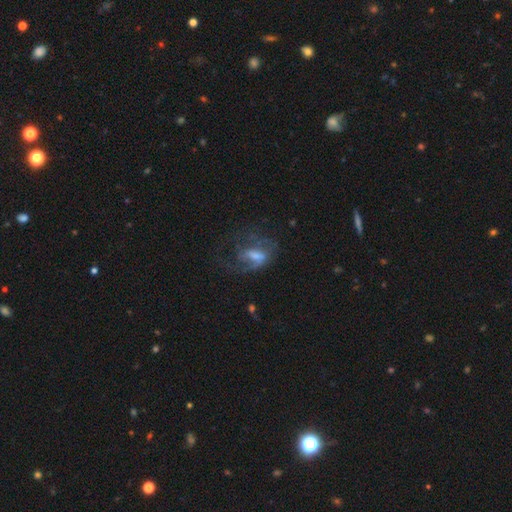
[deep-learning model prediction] Q: Smooth or featured?
A: featured or disk (60%); runner-up: smooth (30%)
Q: Edge-on disk?
A: no (95%); runner-up: yes (5%)
Q: Bar?
A: weak (45%); runner-up: no (33%)
Q: Spiral arms?
A: yes (67%); runner-up: no (33%)
Q: Bulge size?
A: moderate (40%); runner-up: small (28%)
Q: Merging?
A: major disturbance (44%); runner-up: none (35%)